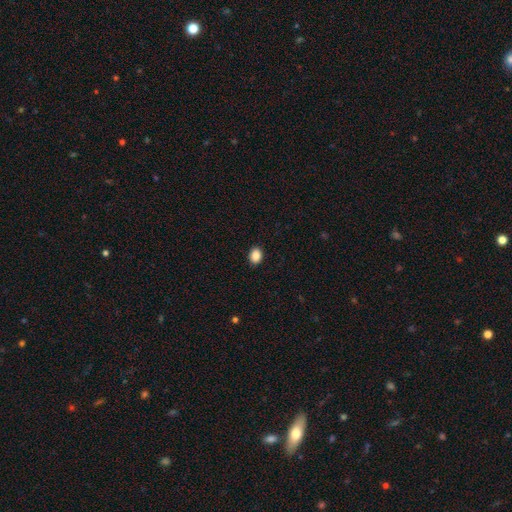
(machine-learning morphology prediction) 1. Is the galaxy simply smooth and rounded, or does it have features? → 89% smooth, 8% star or artifact, 3% featured or disk.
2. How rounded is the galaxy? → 66% in between, 32% round, 1% cigar-shaped.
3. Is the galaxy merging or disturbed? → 90% none, 7% minor disturbance, 2% major disturbance, 1% merger.